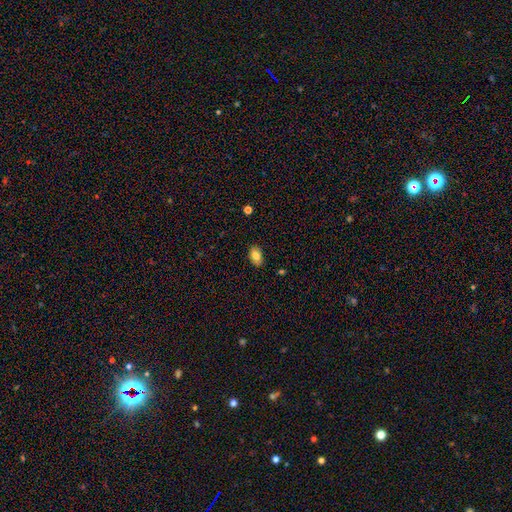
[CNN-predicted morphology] Smooth or featured?
  - smooth: 81% *
  - featured or disk: 10%
  - star or artifact: 8%
How rounded?
  - in between: 89% *
  - round: 9%
  - cigar-shaped: 2%
Merging?
  - none: 87% *
  - minor disturbance: 10%
  - major disturbance: 2%
  - merger: 1%